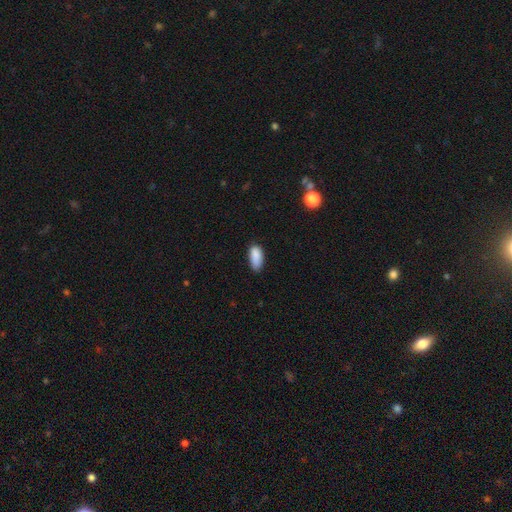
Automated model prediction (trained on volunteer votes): This is clearly a smooth galaxy (88%). How rounded: clearly in between (90%). Merging: likely none (64%).